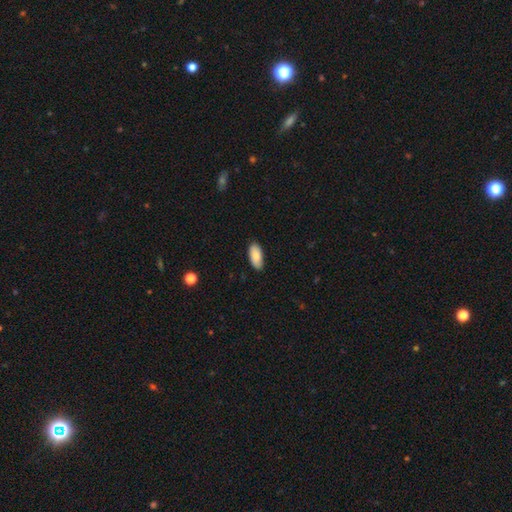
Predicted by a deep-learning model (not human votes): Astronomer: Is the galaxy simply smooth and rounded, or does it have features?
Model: smooth — 84%.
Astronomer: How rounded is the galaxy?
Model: in between — 91%.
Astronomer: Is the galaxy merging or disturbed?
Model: none — 87%.